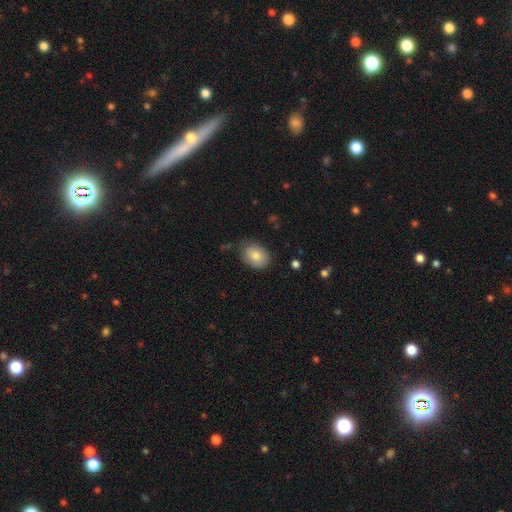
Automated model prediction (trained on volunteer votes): Smooth or featured? smooth (85%)
How rounded? in between (73%)
Merging? none (75%)